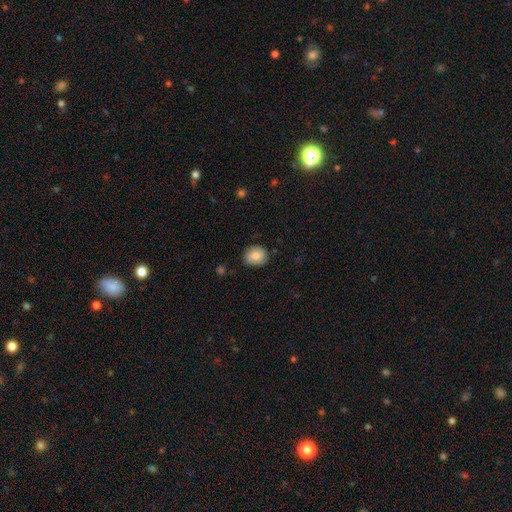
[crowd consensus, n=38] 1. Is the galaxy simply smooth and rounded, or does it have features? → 89% smooth, 8% featured or disk, 3% star or artifact.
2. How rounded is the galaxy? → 79% round, 21% in between, 0% cigar-shaped.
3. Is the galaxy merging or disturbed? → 84% none, 14% minor disturbance, 3% merger, 0% major disturbance.